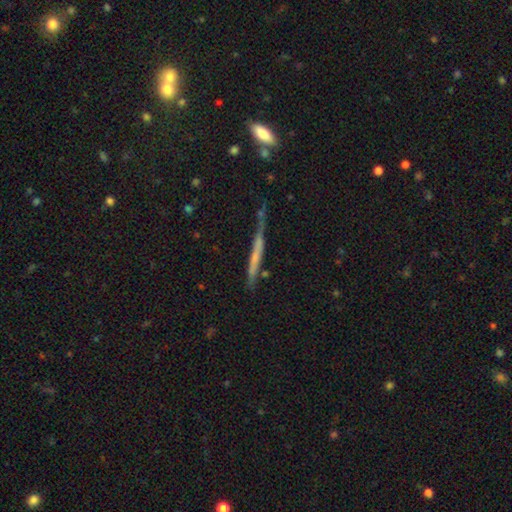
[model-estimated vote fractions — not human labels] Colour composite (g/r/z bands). It shows a featured or disk galaxy (52%) viewed edge-on (92%). Merging: none (64%).